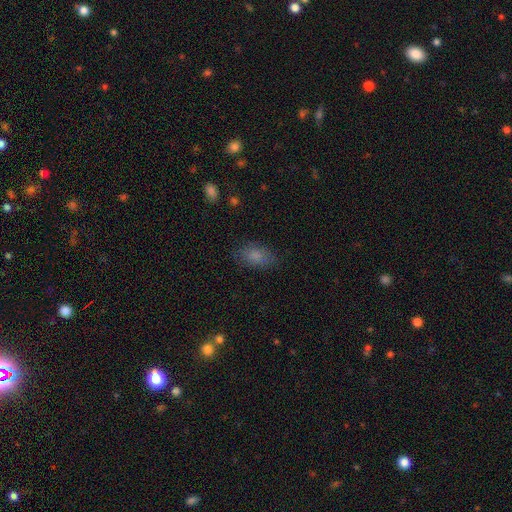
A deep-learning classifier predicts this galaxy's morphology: Smooth or featured?
  - smooth: 81% *
  - star or artifact: 10%
  - featured or disk: 8%
How rounded?
  - in between: 89% *
  - round: 8%
  - cigar-shaped: 3%
Merging?
  - none: 81% *
  - minor disturbance: 13%
  - major disturbance: 4%
  - merger: 1%